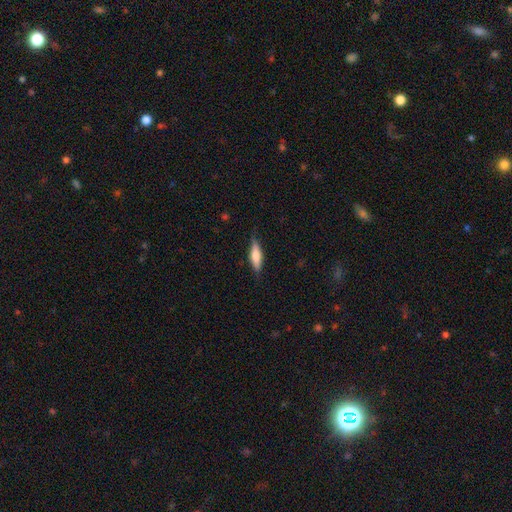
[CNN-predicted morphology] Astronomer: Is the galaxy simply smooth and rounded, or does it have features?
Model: smooth — 63%.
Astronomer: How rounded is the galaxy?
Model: cigar-shaped — 60% (runner-up: in between, 38%).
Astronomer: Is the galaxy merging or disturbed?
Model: none — 83%.